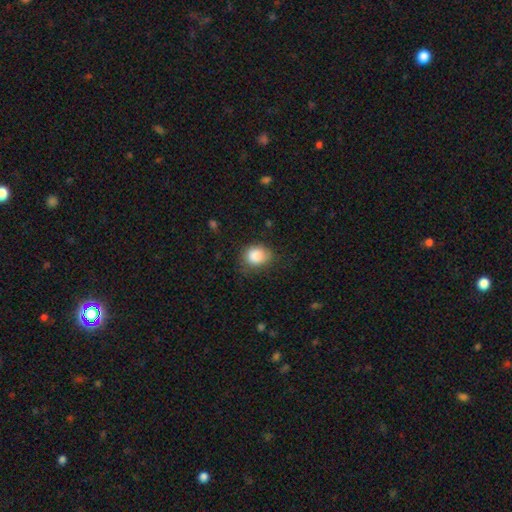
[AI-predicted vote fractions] Overall: smooth (87%). How rounded: round (54%; in between 45%). Merging: none (68%).